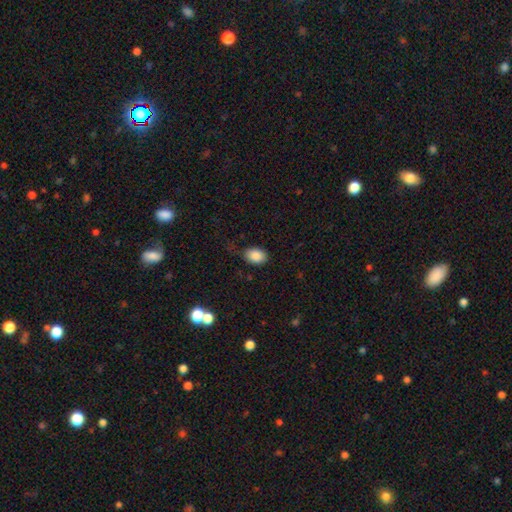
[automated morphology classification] Overall: smooth (87%). How rounded: in between (78%). Merging: none (72%).